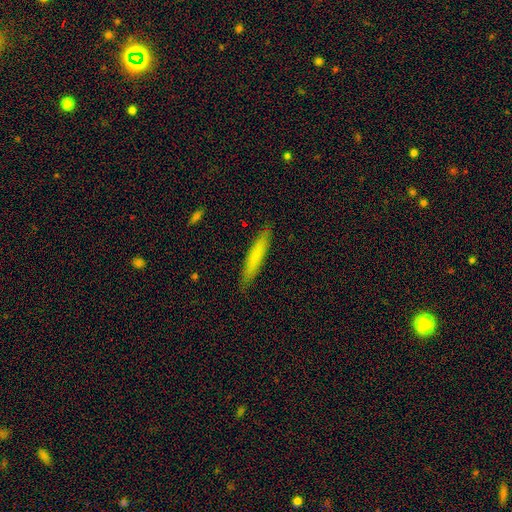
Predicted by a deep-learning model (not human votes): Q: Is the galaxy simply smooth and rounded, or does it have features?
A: smooth — 74%.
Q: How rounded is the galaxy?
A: cigar-shaped — 93%.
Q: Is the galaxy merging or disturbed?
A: none — 89%.